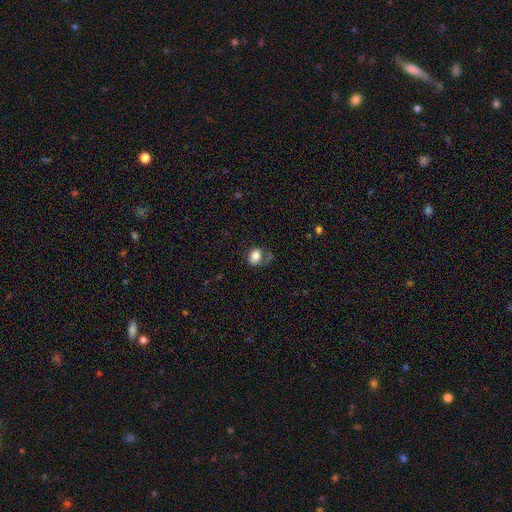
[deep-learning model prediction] Q: Smooth or featured?
A: smooth (81%); runner-up: featured or disk (9%)
Q: How rounded?
A: in between (59%); runner-up: round (40%)
Q: Merging?
A: none (50%); runner-up: minor disturbance (25%)